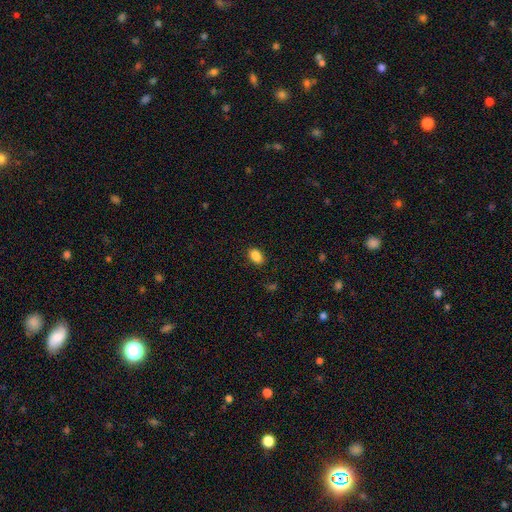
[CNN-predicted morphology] This appears to be a smooth galaxy with no disk features (88%) that is in between round and cigar-shaped (87%). Merging: none (87%).